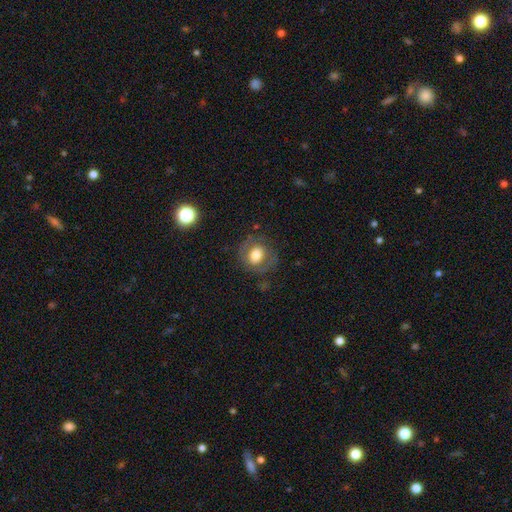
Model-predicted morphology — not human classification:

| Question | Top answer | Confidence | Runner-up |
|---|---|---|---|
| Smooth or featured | smooth | 59% | featured or disk (32%) |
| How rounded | round | 72% | in between (27%) |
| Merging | none | 70% | minor disturbance (17%) |